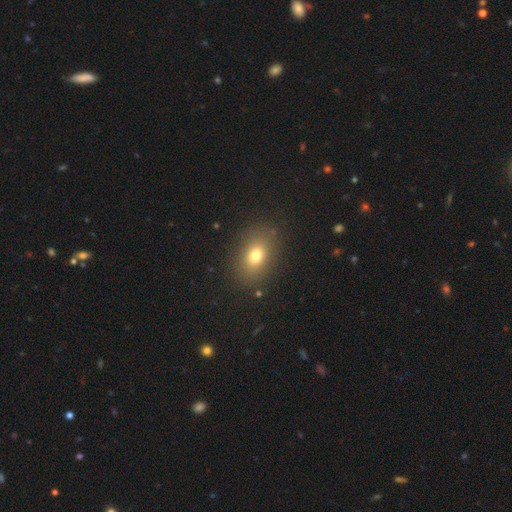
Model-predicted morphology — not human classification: Smooth or featured? smooth (75%)
How rounded? in between (76%)
Merging? none (86%)